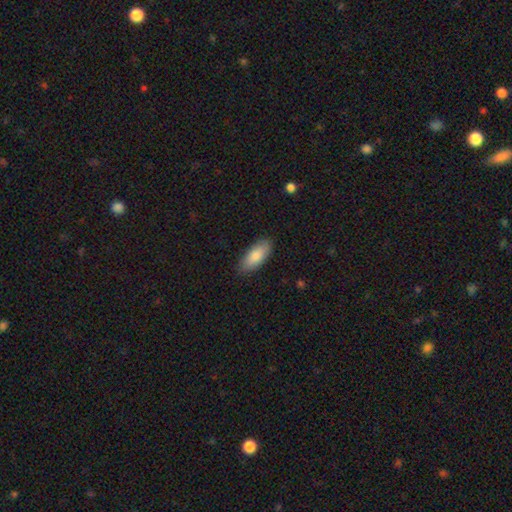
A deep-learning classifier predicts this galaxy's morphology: Smooth or featured?
  - smooth: 85% *
  - featured or disk: 10%
  - star or artifact: 6%
How rounded?
  - in between: 84% *
  - cigar-shaped: 14%
  - round: 2%
Merging?
  - none: 84% *
  - minor disturbance: 13%
  - major disturbance: 2%
  - merger: 1%